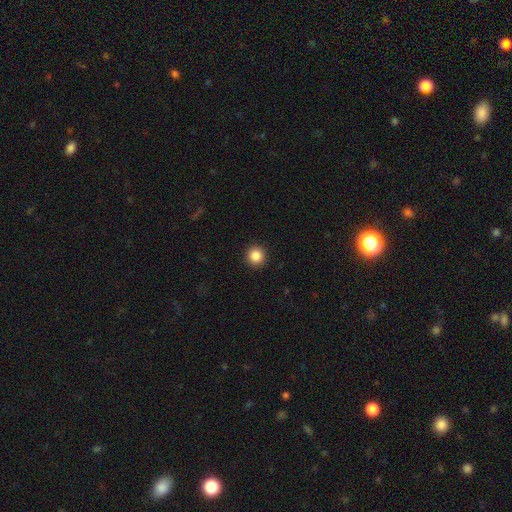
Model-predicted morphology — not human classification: Smooth or featured? smooth (86%)
How rounded? round (95%)
Merging? none (93%)